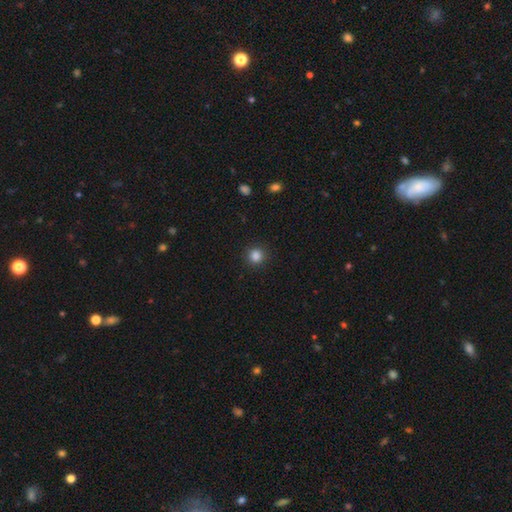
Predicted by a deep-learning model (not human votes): smooth 85%, star or artifact 11%, featured or disk 4%. Down the decision tree: how rounded — round (92%); merging — none (91%).